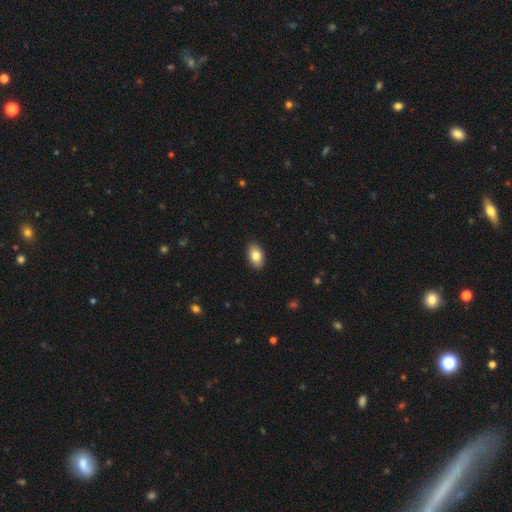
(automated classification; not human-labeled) A smooth galaxy with no disk features (82%) that is in between round and cigar-shaped (92%). Merging: none (90%).